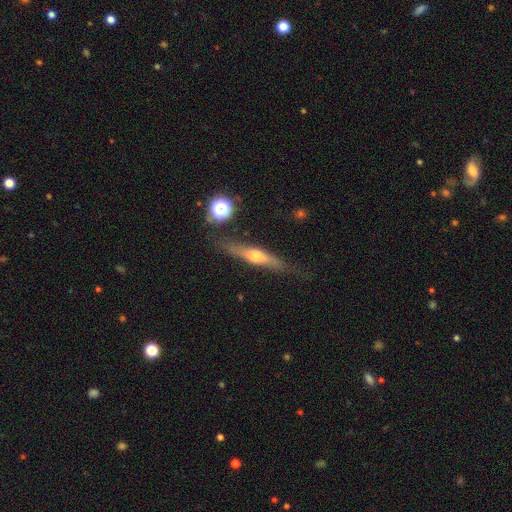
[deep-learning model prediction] Smooth or featured?
  - featured or disk: 55% *
  - smooth: 37%
  - star or artifact: 8%
Edge-on disk?
  - yes: 90% *
  - no: 10%
Merging?
  - none: 78% *
  - minor disturbance: 15%
  - major disturbance: 5%
  - merger: 2%